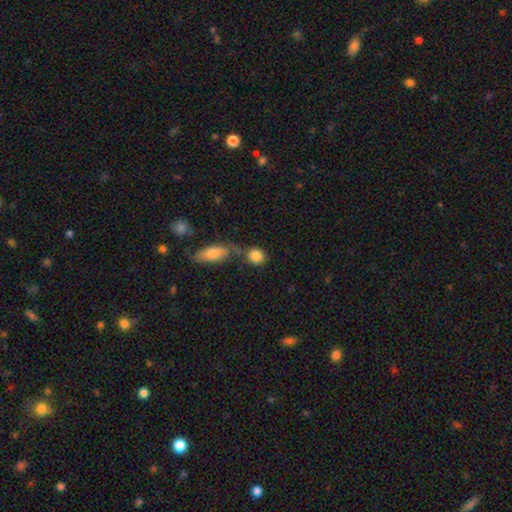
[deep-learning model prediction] smooth 86%, star or artifact 8%, featured or disk 6%. Down the decision tree: how rounded — round (78%); merging — none (58%).